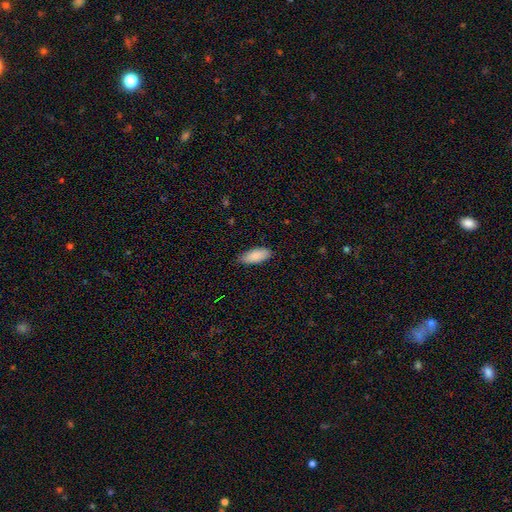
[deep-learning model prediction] smooth_or_featured: smooth (p=0.88) [alt: featured or disk p=0.06]
how_rounded: in between (p=0.83) [alt: cigar-shaped p=0.15]
merging: none (p=0.80) [alt: minor disturbance p=0.16]